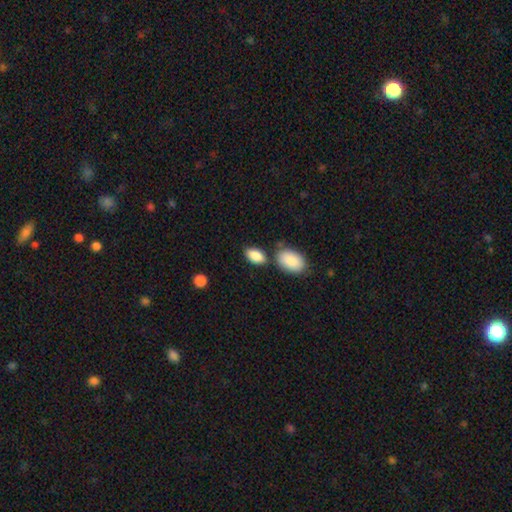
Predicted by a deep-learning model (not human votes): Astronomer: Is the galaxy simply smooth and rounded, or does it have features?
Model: smooth — 86%.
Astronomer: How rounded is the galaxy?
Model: in between — 93%.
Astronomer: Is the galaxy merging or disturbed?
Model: none — 68%.